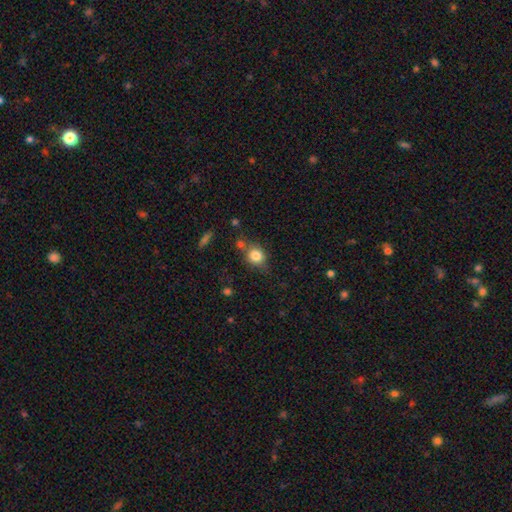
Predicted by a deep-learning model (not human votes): This appears to be a smooth galaxy with no disk features (81%) that is round (66%). Merging: none (64%).